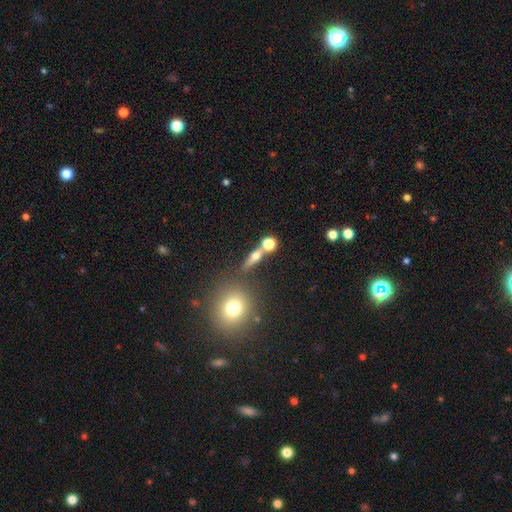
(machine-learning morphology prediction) This appears to be a smooth galaxy with no disk features (50%) that is cigar-shaped (39%). Merging: none (62%).